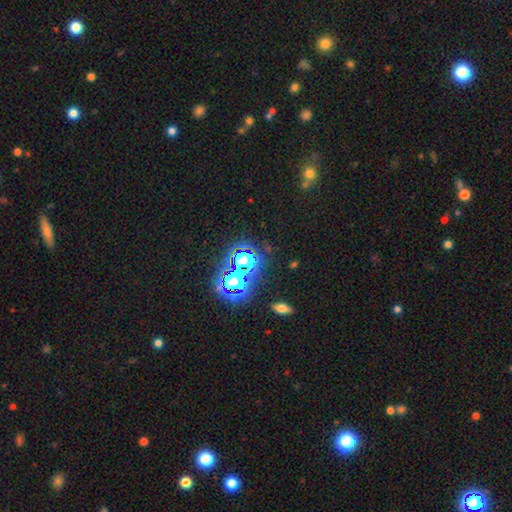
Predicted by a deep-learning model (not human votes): A star or artifact, not a galaxy (73%).